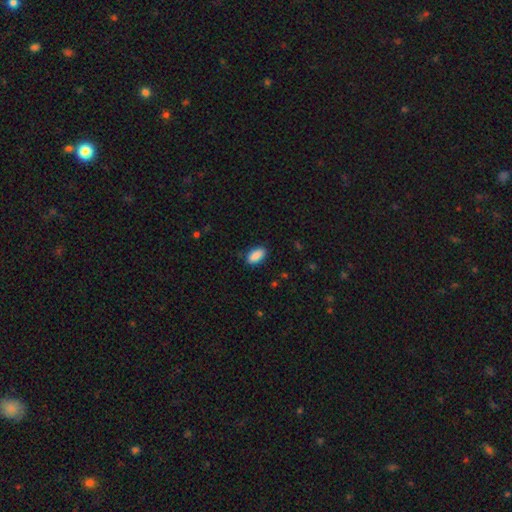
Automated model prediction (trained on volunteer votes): This is clearly a smooth galaxy (90%). How rounded: clearly in between (91%). Merging: clearly none (85%).